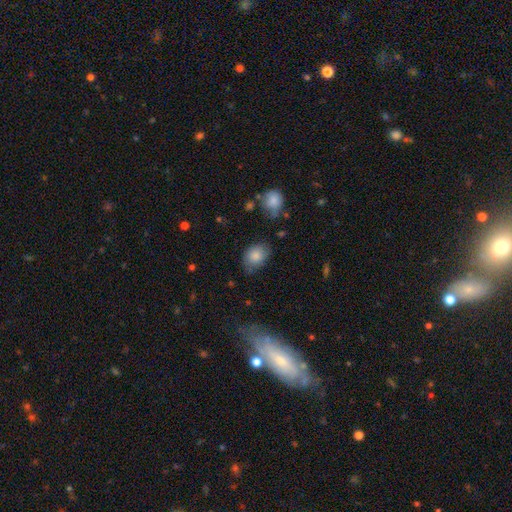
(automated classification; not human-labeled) Smooth or featured? smooth (84%)
How rounded? in between (65%)
Merging? none (69%)